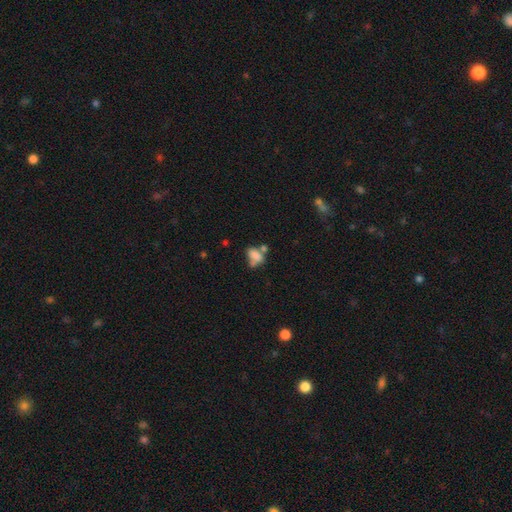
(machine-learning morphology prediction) Smooth or featured?
  - smooth: 69% *
  - featured or disk: 19%
  - star or artifact: 12%
How rounded?
  - in between: 81% *
  - round: 16%
  - cigar-shaped: 3%
Merging?
  - merger: 40% *
  - none: 27%
  - minor disturbance: 18%
  - major disturbance: 16%